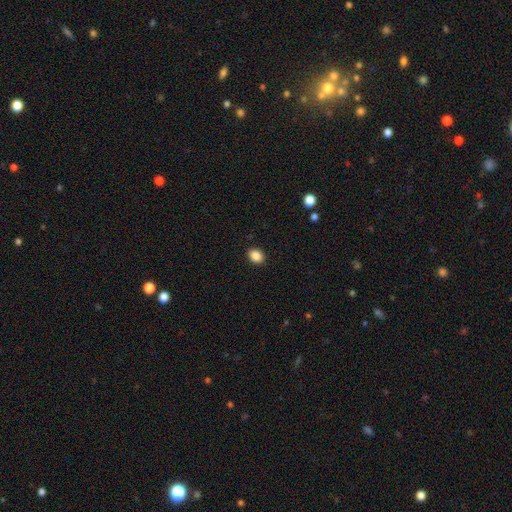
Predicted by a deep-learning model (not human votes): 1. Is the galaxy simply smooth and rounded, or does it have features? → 88% smooth, 9% star or artifact, 3% featured or disk.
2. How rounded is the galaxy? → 62% in between, 37% round, 1% cigar-shaped.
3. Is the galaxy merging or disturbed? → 91% none, 6% minor disturbance, 2% major disturbance, 1% merger.